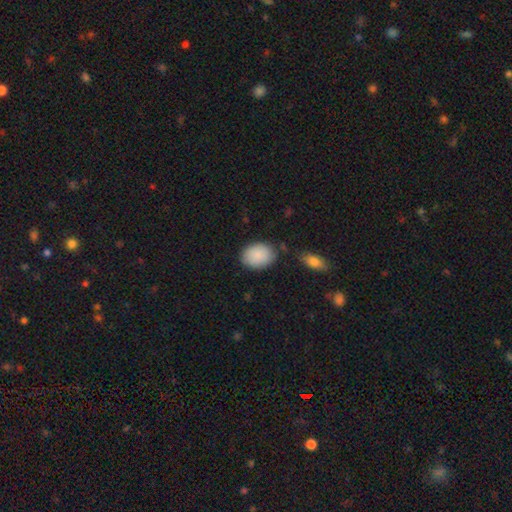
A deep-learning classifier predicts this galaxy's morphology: Q: Smooth or featured?
A: smooth (89%); runner-up: star or artifact (6%)
Q: How rounded?
A: in between (71%); runner-up: round (28%)
Q: Merging?
A: none (77%); runner-up: minor disturbance (15%)